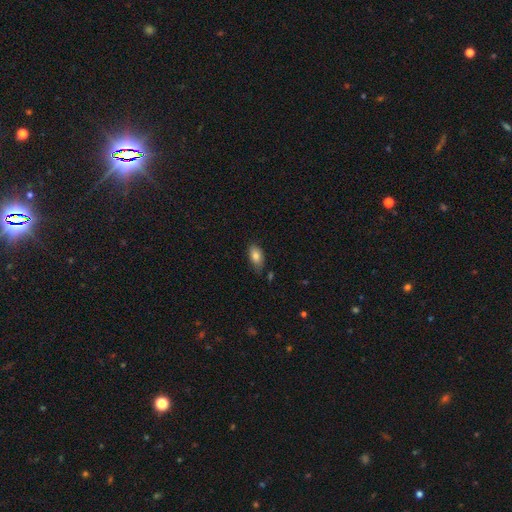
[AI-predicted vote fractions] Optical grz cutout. It shows a smooth galaxy with no disk features (82%) that is in between round and cigar-shaped (90%). Merging: none (71%).